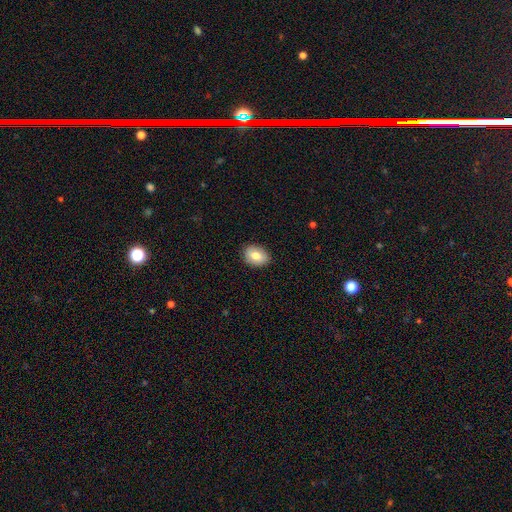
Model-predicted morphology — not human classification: smooth 77%, featured or disk 15%, star or artifact 7%. Down the decision tree: how rounded — in between (75%); merging — none (88%).